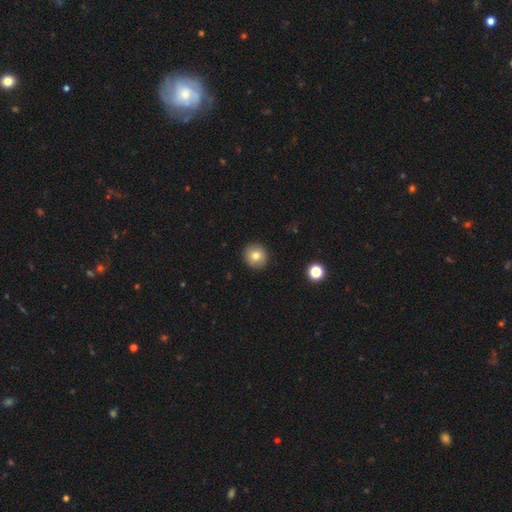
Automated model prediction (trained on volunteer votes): smooth-or-featured: smooth: 79% | featured or disk: 11% | star or artifact: 10%
  how-rounded: round: 92% | in between: 7% | cigar-shaped: 1%
  merging: none: 91% | minor disturbance: 6% | major disturbance: 2% | merger: 1%